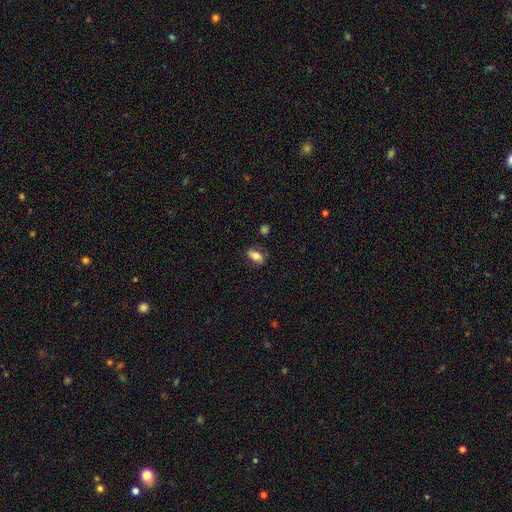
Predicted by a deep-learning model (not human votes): smooth 76%, featured or disk 16%, star or artifact 9%. Down the decision tree: how rounded — in between (84%); merging — none (73%).